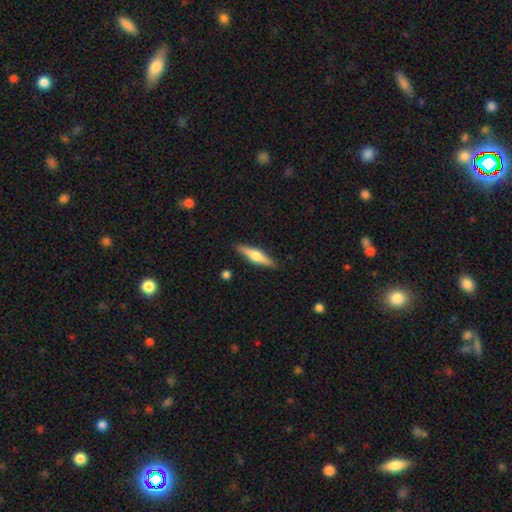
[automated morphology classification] Overall: featured or disk (57%; smooth 37%). Edge-on disk: yes (96%). Edge-on bulge: rounded (92%). Merging: none (89%).